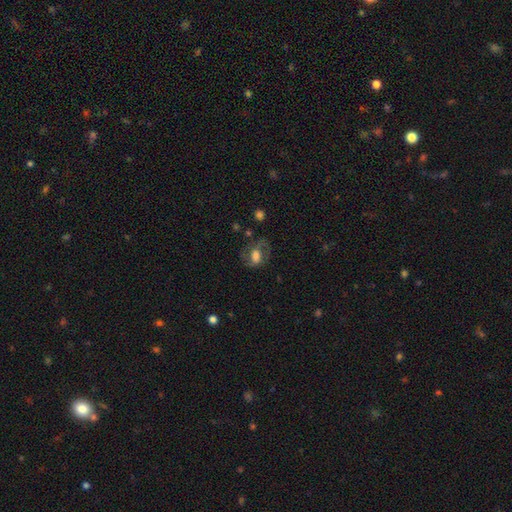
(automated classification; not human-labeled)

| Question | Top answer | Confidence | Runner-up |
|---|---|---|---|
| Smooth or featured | featured or disk | 46% | smooth (44%) |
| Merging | none | 53% | major disturbance (22%) |